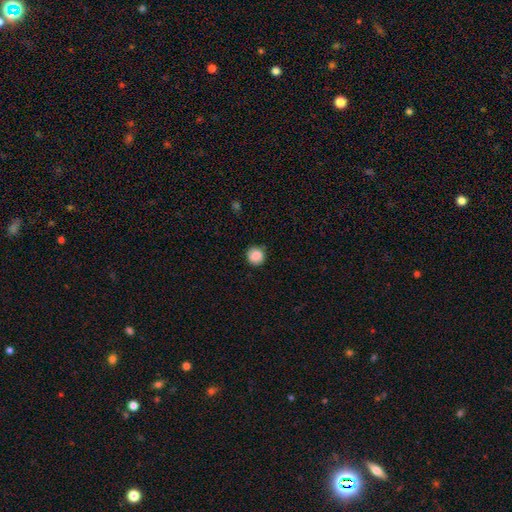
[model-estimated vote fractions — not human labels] Smooth or featured?
  - smooth: 87% *
  - star or artifact: 9%
  - featured or disk: 4%
How rounded?
  - round: 94% *
  - in between: 5%
  - cigar-shaped: 1%
Merging?
  - none: 87% *
  - minor disturbance: 10%
  - major disturbance: 2%
  - merger: 1%